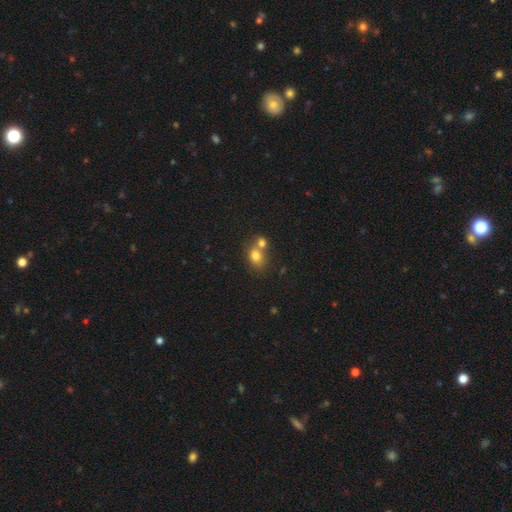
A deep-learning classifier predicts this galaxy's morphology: The model was most divided on "how rounded": round: 52%, in between: 47%, cigar-shaped: 1%. Remaining: smooth or featured — smooth (77%); merging — merger (49%).